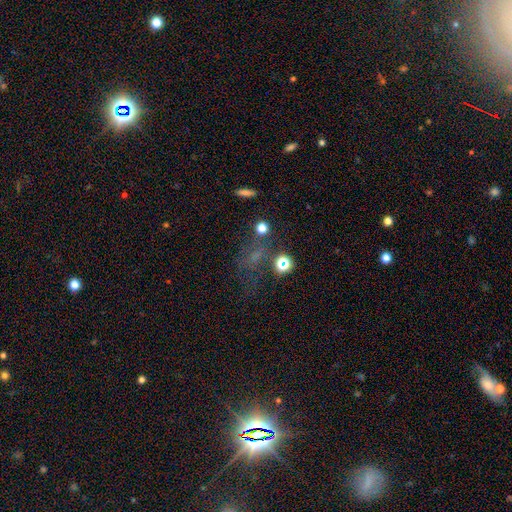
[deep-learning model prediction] smooth_or_featured: smooth (p=0.40) [alt: star or artifact p=0.39]
merging: none (p=0.46) [alt: major disturbance p=0.25]